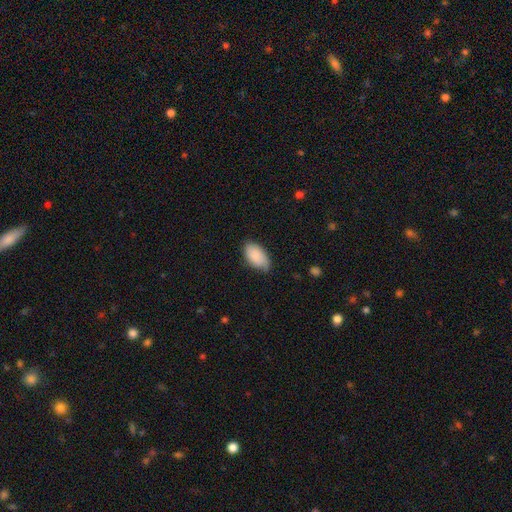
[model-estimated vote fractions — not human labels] Overall: smooth (86%). How rounded: in between (95%). Merging: none (71%).